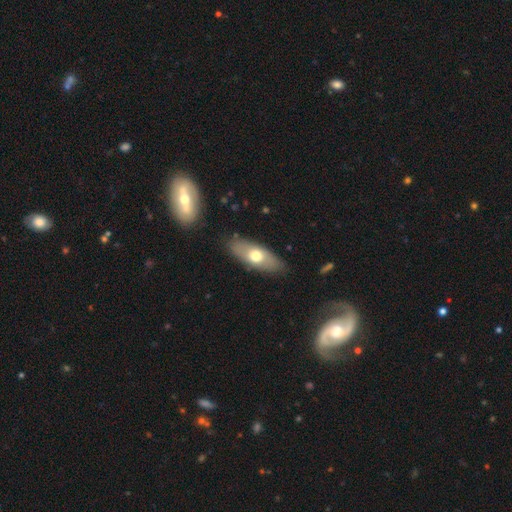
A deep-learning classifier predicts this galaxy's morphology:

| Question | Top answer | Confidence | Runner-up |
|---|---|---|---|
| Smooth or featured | smooth | 60% | featured or disk (34%) |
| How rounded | in between | 76% | cigar-shaped (20%) |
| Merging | none | 83% | minor disturbance (12%) |